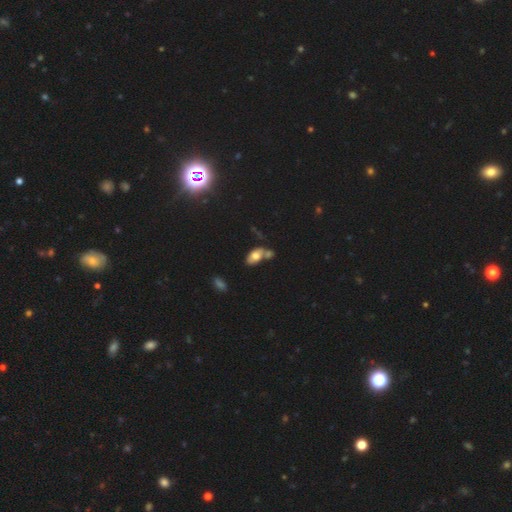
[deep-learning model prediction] Smooth or featured? smooth (68%)
How rounded? in between (91%)
Merging? merger (41%)